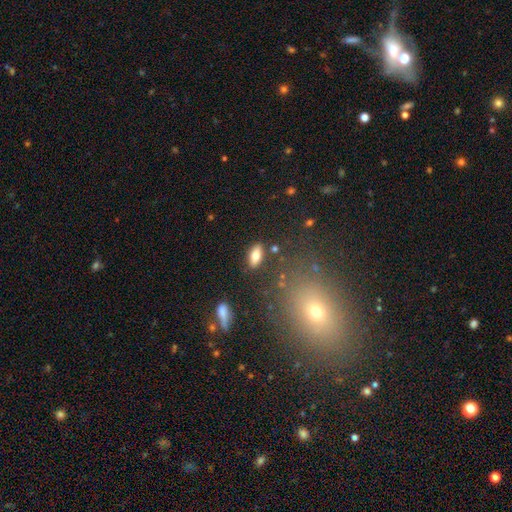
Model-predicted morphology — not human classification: A smooth galaxy with no disk features (74%) that is in between round and cigar-shaped (83%).

Vote fractions:
- Smooth or featured? smooth: 74% / featured or disk: 18% / star or artifact: 8%
- How rounded? in between: 83% / cigar-shaped: 13% / round: 4%
- Merging? none: 84% / minor disturbance: 10% / merger: 3% / major disturbance: 3%